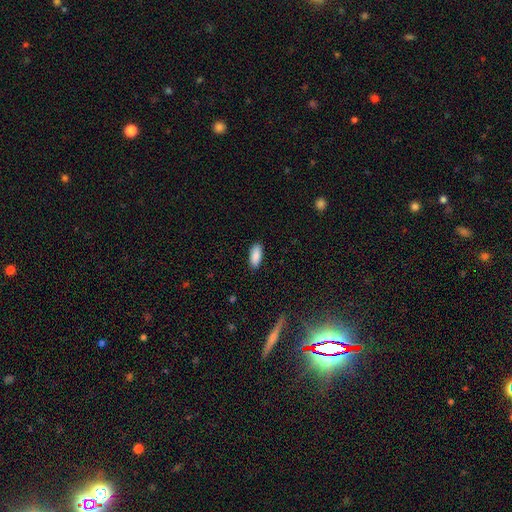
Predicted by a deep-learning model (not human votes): Smooth or featured?
  - smooth: 90% *
  - star or artifact: 6%
  - featured or disk: 4%
How rounded?
  - in between: 86% *
  - cigar-shaped: 12%
  - round: 2%
Merging?
  - none: 89% *
  - minor disturbance: 8%
  - major disturbance: 2%
  - merger: 1%